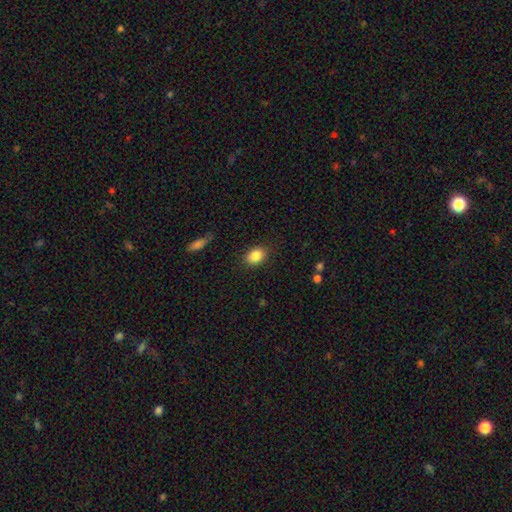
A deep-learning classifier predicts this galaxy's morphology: type=smooth (86%); roundness=in between (66%); merging=none (86%).